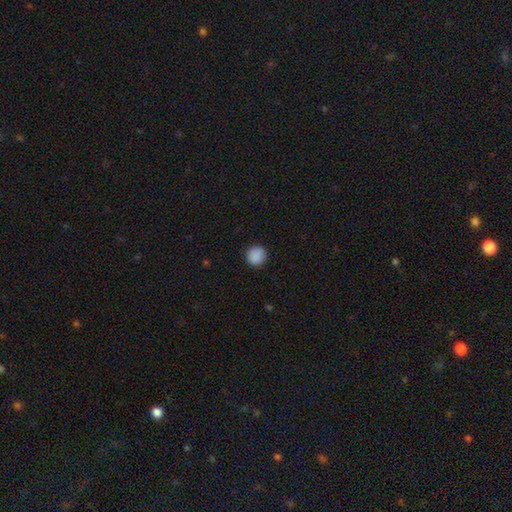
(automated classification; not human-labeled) smooth_or_featured: smooth (p=0.89) [alt: star or artifact p=0.09]
how_rounded: round (p=0.94) [alt: in between p=0.05]
merging: none (p=0.90) [alt: minor disturbance p=0.07]